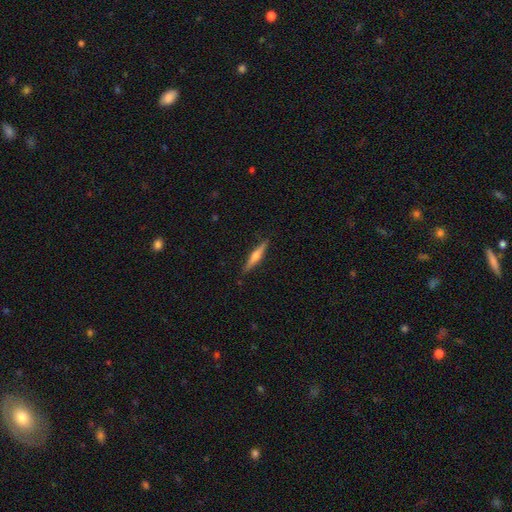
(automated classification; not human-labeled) This appears to be a featured or disk galaxy (64%) viewed edge-on (97%) with a rounded central bulge (89%). Merging: none (89%).